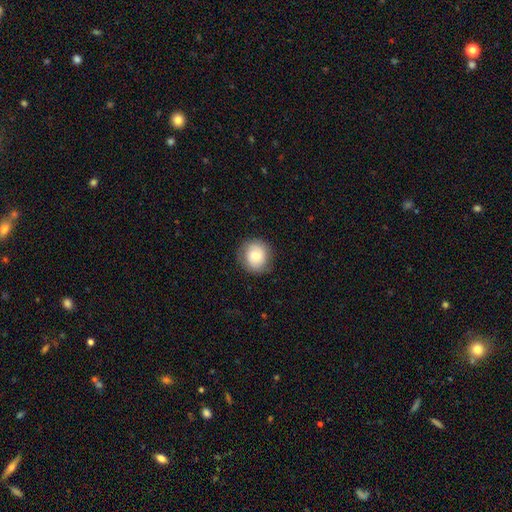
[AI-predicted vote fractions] Q: Smooth or featured?
A: smooth (75%); runner-up: featured or disk (17%)
Q: How rounded?
A: round (86%); runner-up: in between (13%)
Q: Merging?
A: none (82%); runner-up: minor disturbance (13%)